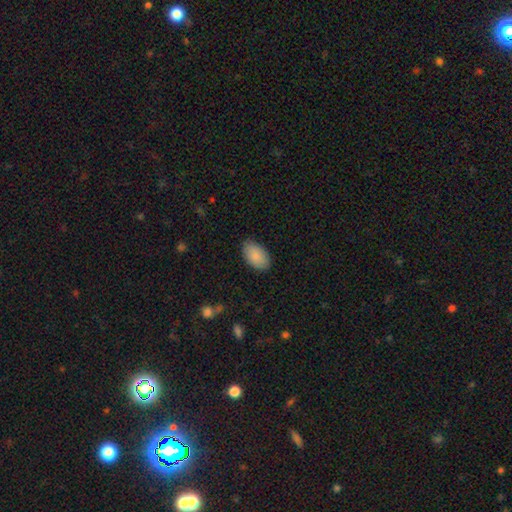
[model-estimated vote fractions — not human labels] Overall: smooth (89%). How rounded: in between (95%). Merging: none (85%).